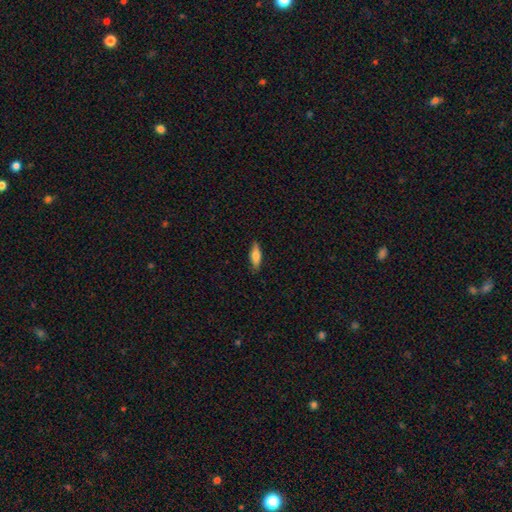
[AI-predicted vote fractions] smooth 72%, featured or disk 22%, star or artifact 6%. Down the decision tree: how rounded — in between (53%); merging — none (86%).